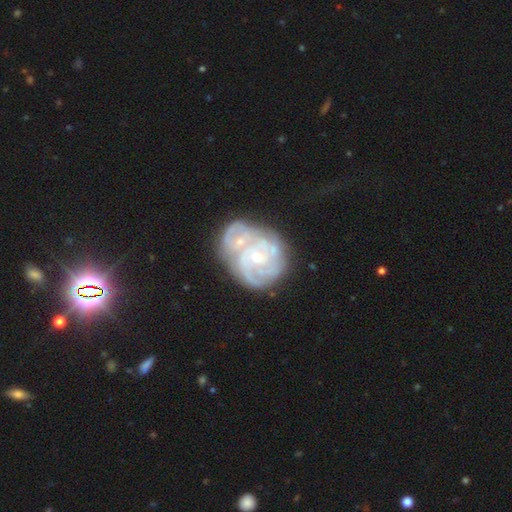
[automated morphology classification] Smooth or featured: featured or disk — 79% (smooth — 14%)
Edge-on disk: no — 98% (yes — 2%)
Bar: no — 74% (weak — 22%)
Spiral arms: yes — 86% (no — 14%)
Spiral winding: tight — 64% (medium — 28%)
Spiral arm count: can't tell — 40% (3 — 21%)
Bulge size: small — 60% (moderate — 32%)
Merging: none — 37% (tied with merger — 37%)